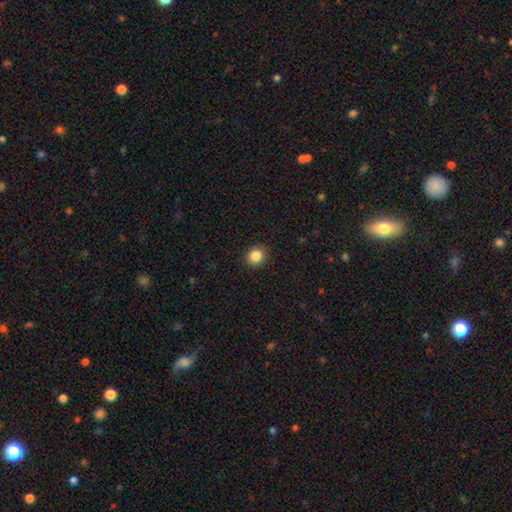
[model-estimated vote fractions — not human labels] Smooth or featured? Predicted: smooth (p=0.86). How rounded? Predicted: round (p=0.72). Merging? Predicted: none (p=0.91).